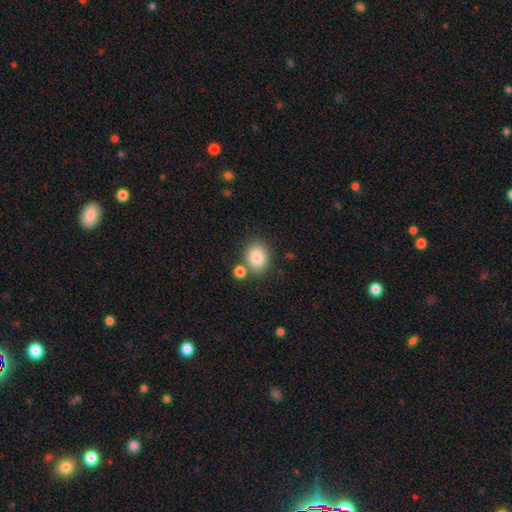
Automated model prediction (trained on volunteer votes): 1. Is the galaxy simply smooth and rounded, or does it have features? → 85% smooth, 9% star or artifact, 7% featured or disk.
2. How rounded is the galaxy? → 51% in between, 48% round, 1% cigar-shaped.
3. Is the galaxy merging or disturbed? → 71% none, 14% merger, 11% minor disturbance, 3% major disturbance.